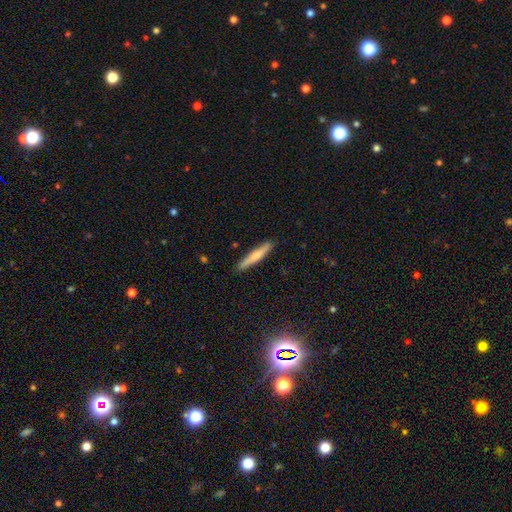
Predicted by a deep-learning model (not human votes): Smooth or featured?
  - smooth: 59% *
  - featured or disk: 36%
  - star or artifact: 6%
How rounded?
  - cigar-shaped: 92% *
  - in between: 6%
  - round: 1%
Merging?
  - none: 89% *
  - minor disturbance: 8%
  - major disturbance: 2%
  - merger: 1%